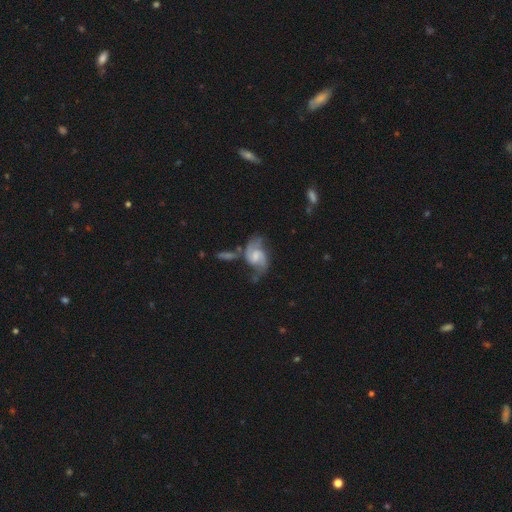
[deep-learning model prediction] The model was most divided on "bulge size": small: 36%, moderate: 34%, none: 21%, large: 8%, dominant: 2%. Remaining: edge-on disk — no (97%); spiral arms — yes (95%); spiral arm count — 2 (90%); smooth or featured — featured or disk (83%); bar — weak (53%); merging — none (51%); spiral winding — medium (49%).